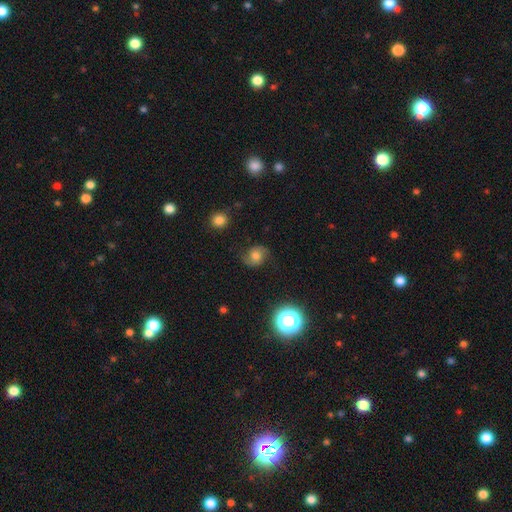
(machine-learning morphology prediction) Smooth or featured?
  - featured or disk: 56% *
  - smooth: 30%
  - star or artifact: 14%
Edge-on disk?
  - no: 97% *
  - yes: 3%
Bar?
  - no: 68% *
  - weak: 27%
  - strong: 6%
Spiral arms?
  - yes: 92% *
  - no: 8%
Spiral winding?
  - medium: 47% *
  - loose: 38%
  - tight: 16%
Spiral arm count?
  - 2: 89% *
  - can't tell: 4%
  - 1: 4%
  - 3: 1%
  - 4: 1%
  - more than 4: 1%
Bulge size?
  - moderate: 53% *
  - large: 20%
  - small: 18%
  - none: 6%
  - dominant: 4%
Merging?
  - none: 73% *
  - minor disturbance: 18%
  - major disturbance: 7%
  - merger: 2%